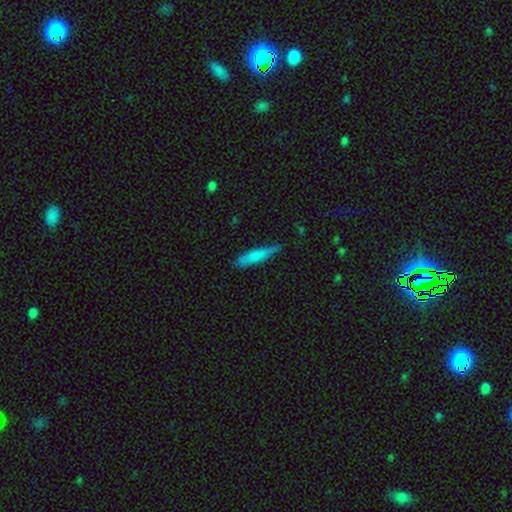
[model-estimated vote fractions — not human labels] Smooth or featured: smooth — 75% (featured or disk — 18%)
How rounded: cigar-shaped — 85% (in between — 13%)
Merging: none — 76% (minor disturbance — 19%)